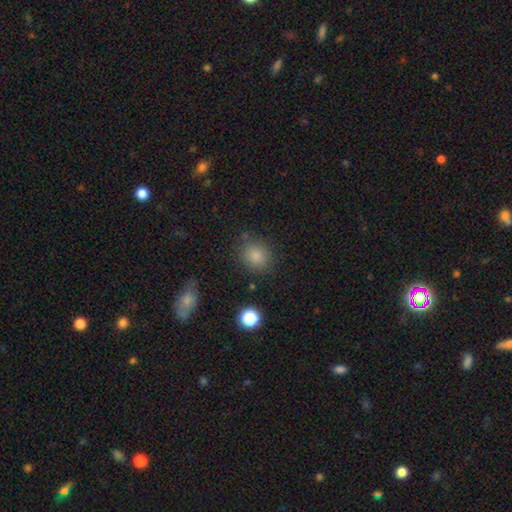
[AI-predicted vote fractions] Overall: smooth (84%). How rounded: round (78%). Merging: none (83%).